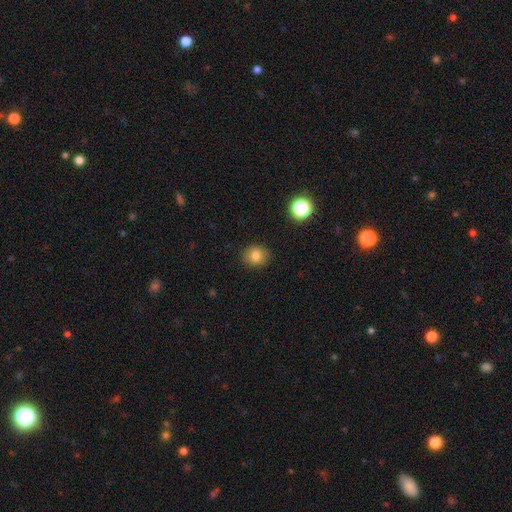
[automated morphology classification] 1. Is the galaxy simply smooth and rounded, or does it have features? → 81% smooth, 12% star or artifact, 7% featured or disk.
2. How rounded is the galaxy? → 74% round, 25% in between, 1% cigar-shaped.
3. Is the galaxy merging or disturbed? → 89% none, 8% minor disturbance, 2% major disturbance, 1% merger.